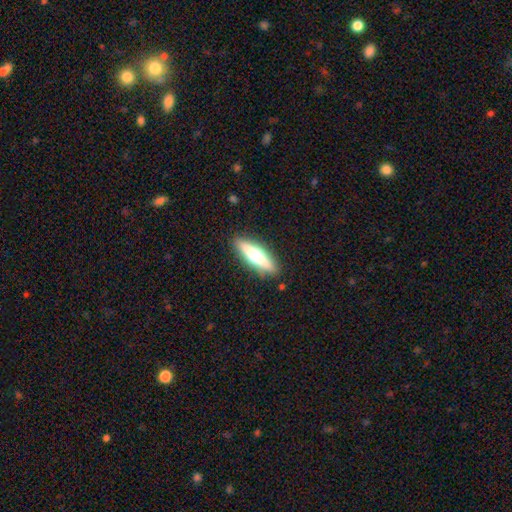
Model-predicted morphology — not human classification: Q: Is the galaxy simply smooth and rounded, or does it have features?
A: featured or disk — 57%.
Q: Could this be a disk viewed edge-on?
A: yes — 94%.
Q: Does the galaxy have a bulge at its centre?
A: rounded — 92%.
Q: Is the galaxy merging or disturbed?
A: none — 89%.